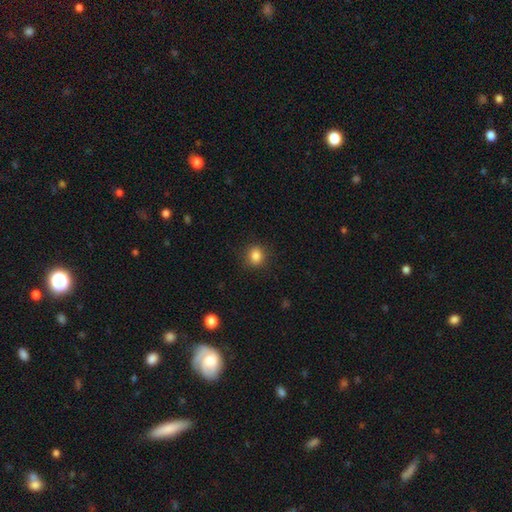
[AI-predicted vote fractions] Smooth or featured?
  - smooth: 85% *
  - star or artifact: 11%
  - featured or disk: 5%
How rounded?
  - round: 71% *
  - in between: 28%
  - cigar-shaped: 1%
Merging?
  - none: 88% *
  - minor disturbance: 9%
  - major disturbance: 3%
  - merger: 1%